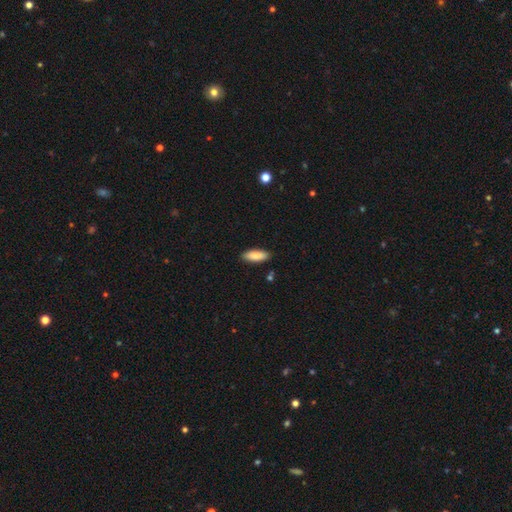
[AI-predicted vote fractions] This appears to be a smooth galaxy with no disk features (83%) that is in between round and cigar-shaped (74%). Merging: none (88%).